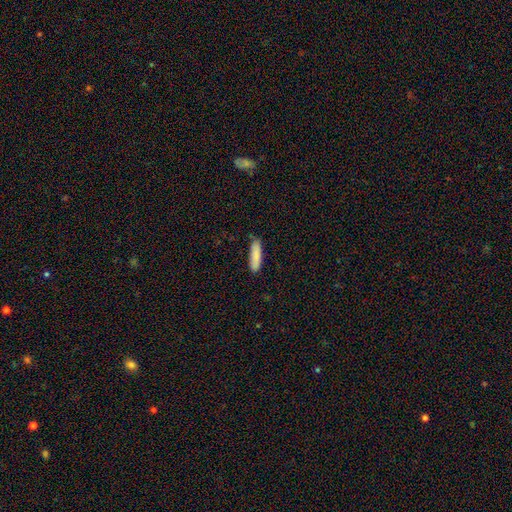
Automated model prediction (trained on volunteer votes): The model was most divided on "how rounded": cigar-shaped: 61%, in between: 37%, round: 1%. More confident: smooth or featured — smooth (87%); merging — none (78%).